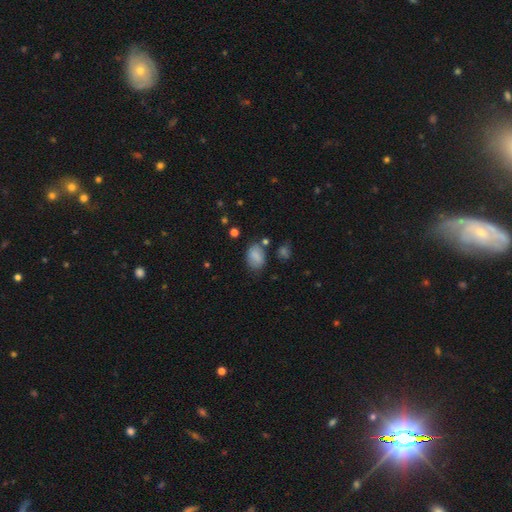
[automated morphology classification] Smooth or featured: smooth — 82% (star or artifact — 9%)
How rounded: in between — 83% (round — 16%)
Merging: none — 68% (minor disturbance — 21%)